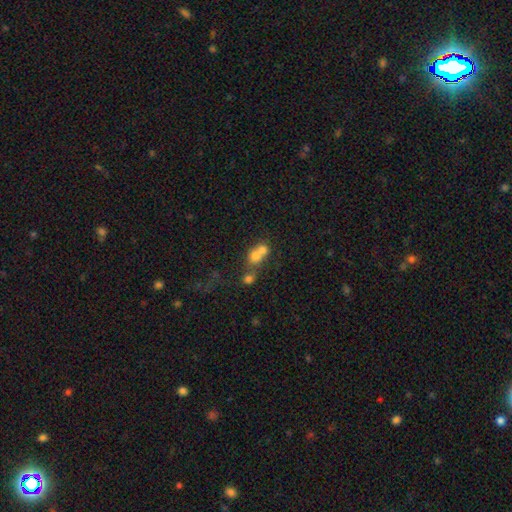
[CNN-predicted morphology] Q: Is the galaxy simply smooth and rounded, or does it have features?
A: smooth — 68%.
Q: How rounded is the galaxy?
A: round — 71%.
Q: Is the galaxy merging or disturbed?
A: merger — 68%.